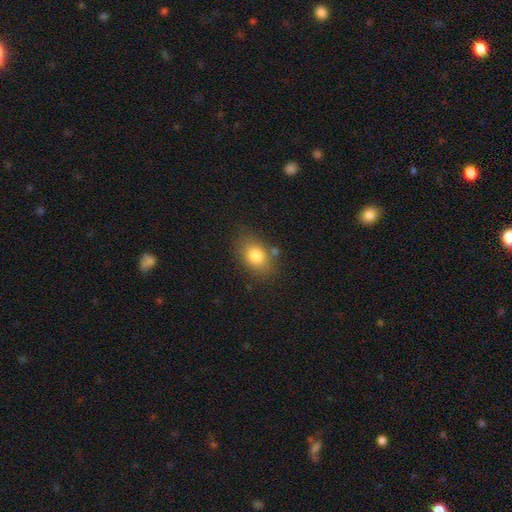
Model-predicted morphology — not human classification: Smooth or featured? Predicted: smooth (p=0.80). How rounded? Predicted: in between (p=0.75). Merging? Predicted: none (p=0.74).